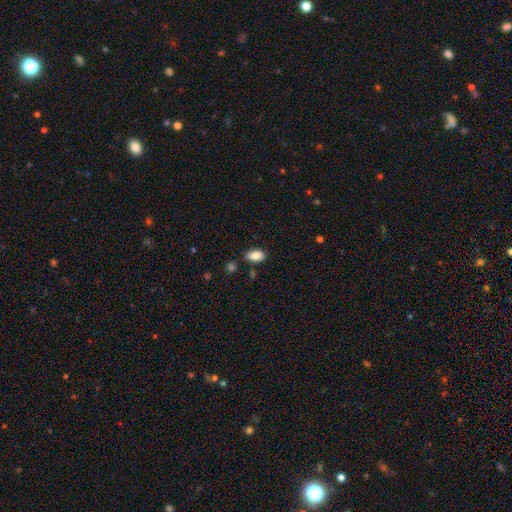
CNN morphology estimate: type=smooth (86%); roundness=in between (92%); merging=none (79%).